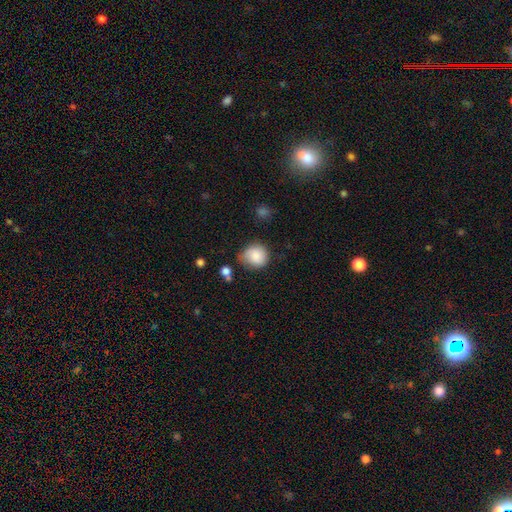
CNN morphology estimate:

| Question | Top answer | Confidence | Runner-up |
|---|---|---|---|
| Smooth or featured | smooth | 85% | star or artifact (8%) |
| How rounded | round | 81% | in between (19%) |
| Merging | none | 60% | minor disturbance (28%) |